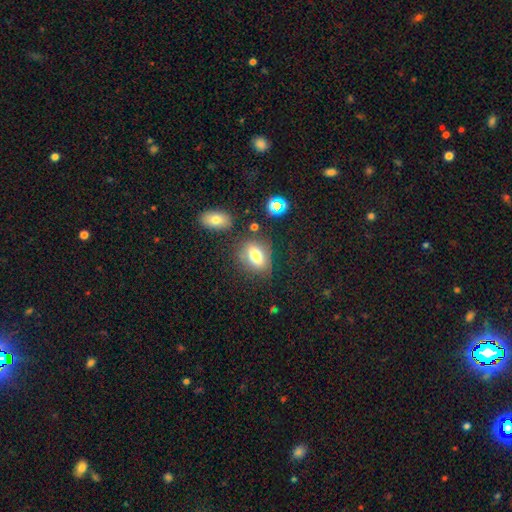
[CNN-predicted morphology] Overall: smooth (71%). How rounded: in between (76%). Merging: none (68%).